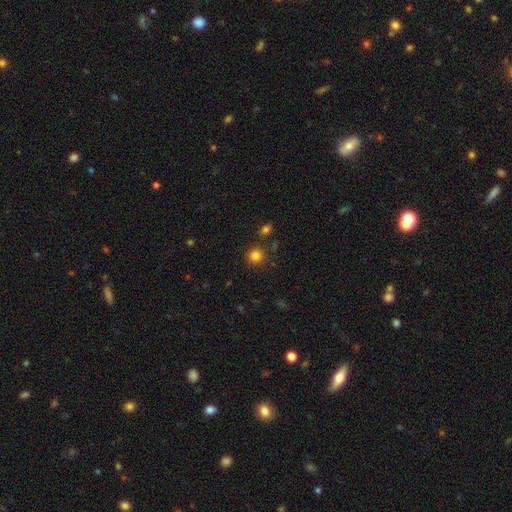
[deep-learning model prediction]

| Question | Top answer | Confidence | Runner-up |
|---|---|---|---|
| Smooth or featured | smooth | 83% | star or artifact (12%) |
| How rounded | round | 93% | in between (6%) |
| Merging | none | 86% | minor disturbance (7%) |